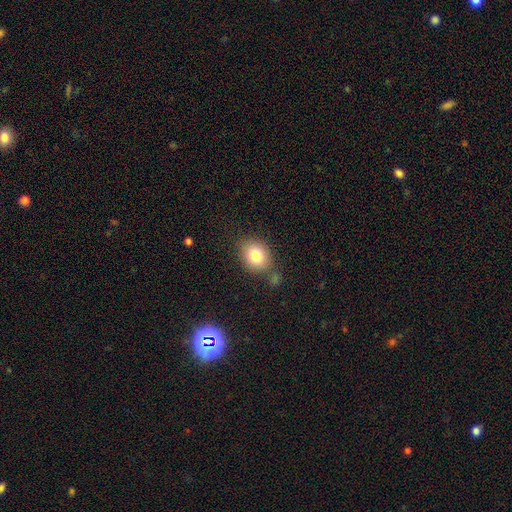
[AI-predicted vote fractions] Smooth or featured?
  - smooth: 81% *
  - star or artifact: 10%
  - featured or disk: 10%
How rounded?
  - in between: 50% *
  - round: 49%
  - cigar-shaped: 1%
Merging?
  - none: 71% *
  - minor disturbance: 15%
  - merger: 9%
  - major disturbance: 5%